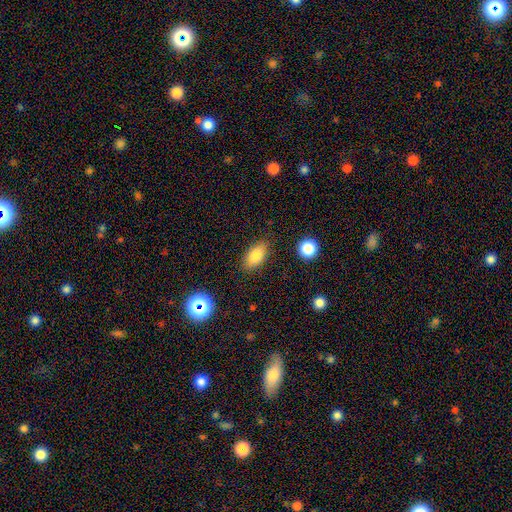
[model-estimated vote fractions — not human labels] Smooth or featured: smooth — 82% (featured or disk — 9%)
How rounded: in between — 89% (round — 5%)
Merging: none — 84% (minor disturbance — 11%)